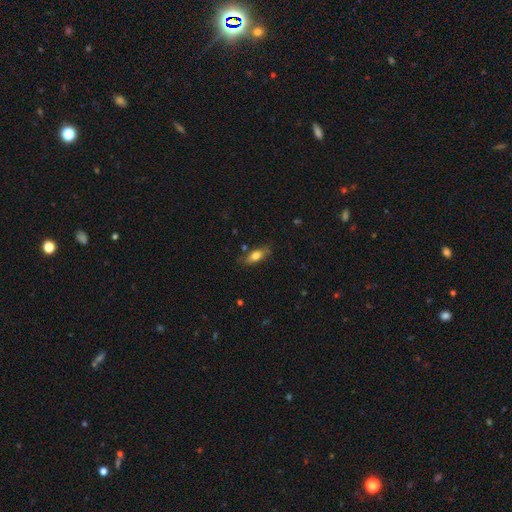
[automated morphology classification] Q: Smooth or featured?
A: smooth (73%); runner-up: featured or disk (20%)
Q: How rounded?
A: in between (77%); runner-up: cigar-shaped (19%)
Q: Merging?
A: none (74%); runner-up: minor disturbance (19%)